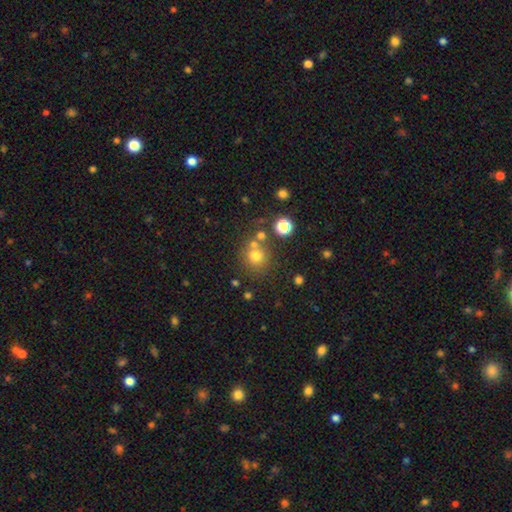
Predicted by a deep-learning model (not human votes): This is likely a smooth galaxy (72%). How rounded: clearly round (89%). Merging: likely none (69%).